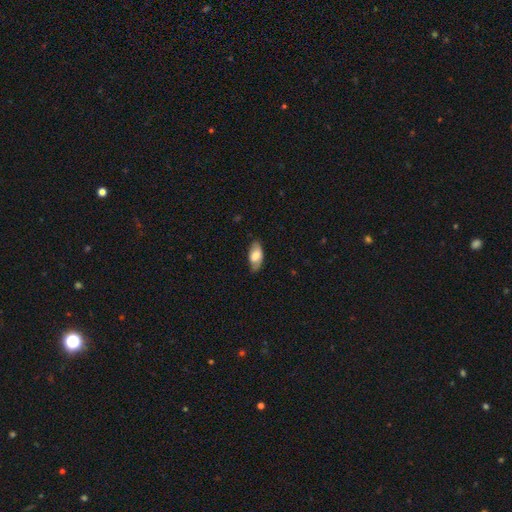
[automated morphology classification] smooth_or_featured: smooth (p=0.71) [alt: featured or disk p=0.23]
how_rounded: in between (p=0.91) [alt: cigar-shaped p=0.06]
merging: none (p=0.71) [alt: minor disturbance p=0.23]